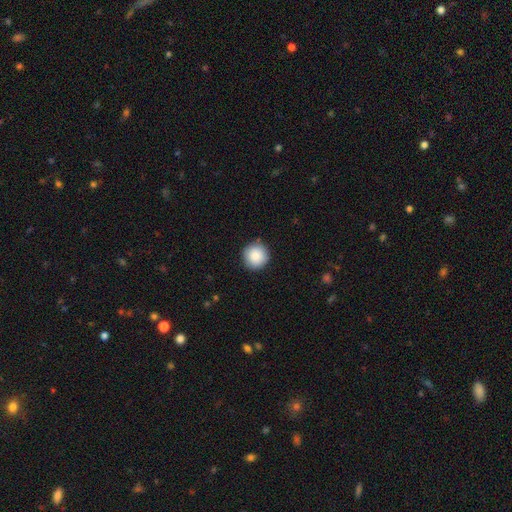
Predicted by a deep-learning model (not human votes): Smooth or featured? Predicted: smooth (p=0.88). How rounded? Predicted: round (p=0.95). Merging? Predicted: none (p=0.90).